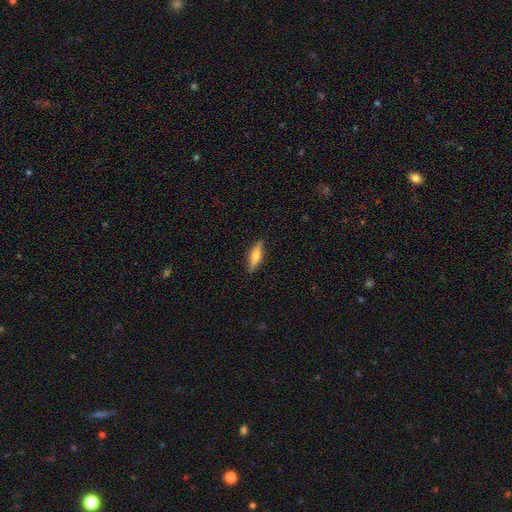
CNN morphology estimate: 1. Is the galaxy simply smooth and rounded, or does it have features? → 60% smooth, 33% featured or disk, 6% star or artifact.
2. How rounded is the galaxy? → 57% cigar-shaped, 41% in between, 2% round.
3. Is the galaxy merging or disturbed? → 87% none, 10% minor disturbance, 2% major disturbance, 1% merger.